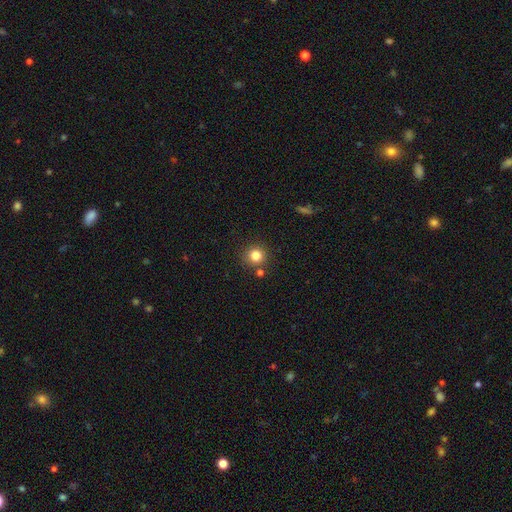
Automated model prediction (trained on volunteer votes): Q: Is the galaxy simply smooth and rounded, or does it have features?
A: smooth — 82%.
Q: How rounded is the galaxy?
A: round — 93%.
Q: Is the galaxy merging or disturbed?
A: none — 82%.